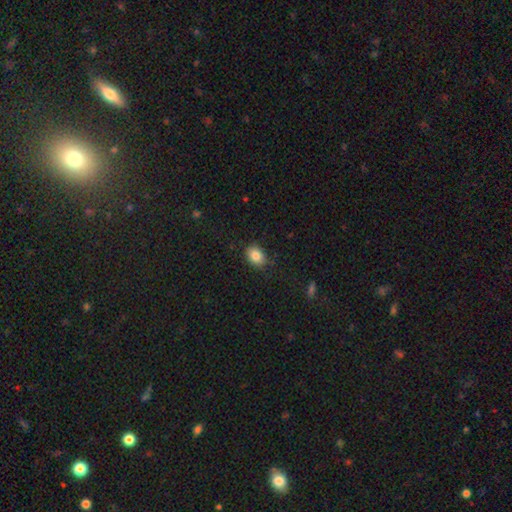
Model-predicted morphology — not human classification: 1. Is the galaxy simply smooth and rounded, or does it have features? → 85% smooth, 9% star or artifact, 6% featured or disk.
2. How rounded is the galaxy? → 70% in between, 29% round, 1% cigar-shaped.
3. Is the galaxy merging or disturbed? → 84% none, 12% minor disturbance, 3% major disturbance, 1% merger.